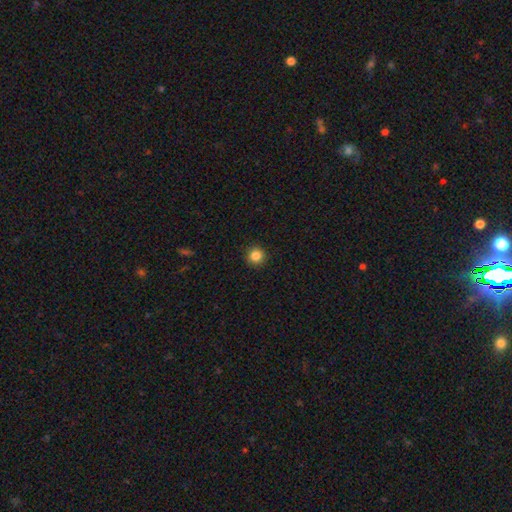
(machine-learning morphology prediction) This appears to be a smooth galaxy with no disk features (84%) that is round (95%). Merging: none (92%).